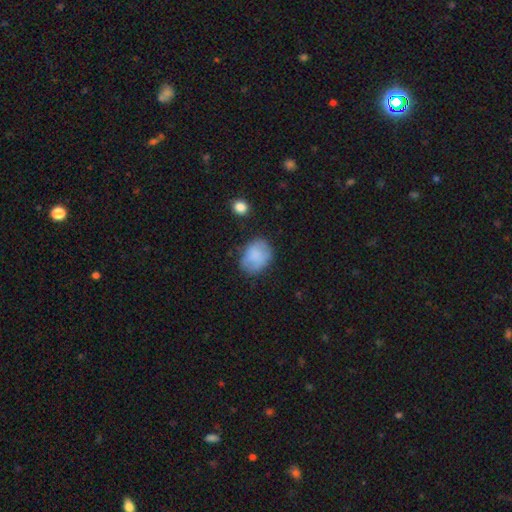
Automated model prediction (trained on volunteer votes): The model was most divided on "how rounded": in between: 63%, round: 36%, cigar-shaped: 1%. More confident: smooth or featured — smooth (77%); merging — none (67%).